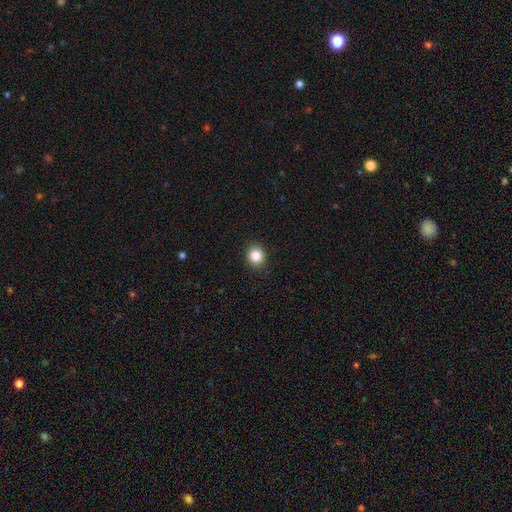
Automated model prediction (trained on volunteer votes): A smooth galaxy with no disk features (85%) that is round (81%). Merging: none (91%).